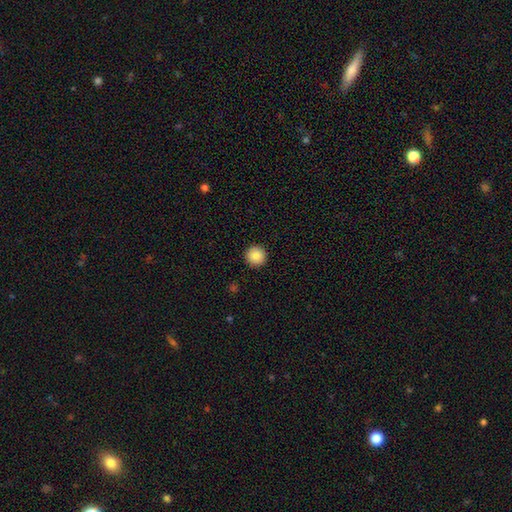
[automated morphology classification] smooth_or_featured: smooth (p=0.88) [alt: star or artifact p=0.09]
how_rounded: round (p=0.96) [alt: in between p=0.03]
merging: none (p=0.93) [alt: minor disturbance p=0.04]